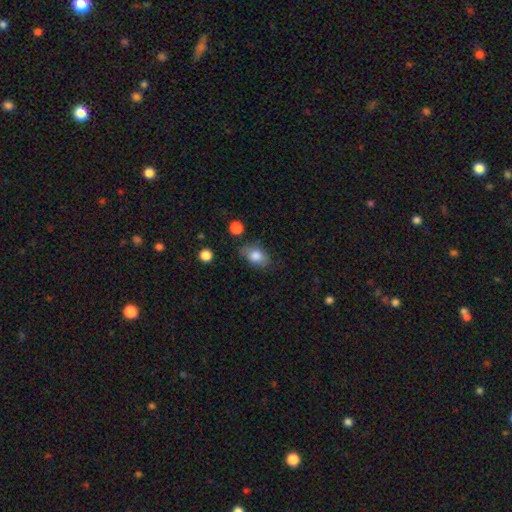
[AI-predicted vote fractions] smooth-or-featured: smooth: 81% | featured or disk: 11% | star or artifact: 8%
  how-rounded: in between: 82% | round: 16% | cigar-shaped: 2%
  merging: none: 68% | minor disturbance: 23% | major disturbance: 6% | merger: 3%